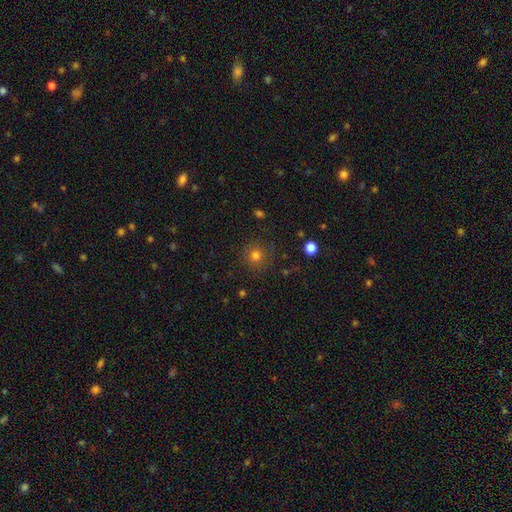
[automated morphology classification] Q: Smooth or featured?
A: smooth (77%); runner-up: star or artifact (15%)
Q: How rounded?
A: round (93%); runner-up: in between (6%)
Q: Merging?
A: none (85%); runner-up: minor disturbance (10%)